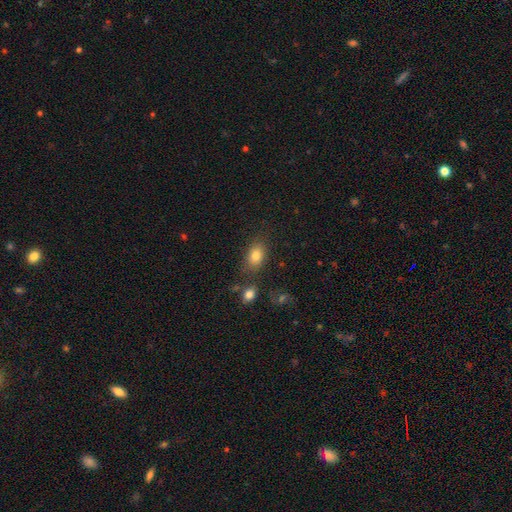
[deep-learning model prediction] Smooth or featured? Predicted: smooth (p=0.79). How rounded? Predicted: in between (p=0.81). Merging? Predicted: none (p=0.76).